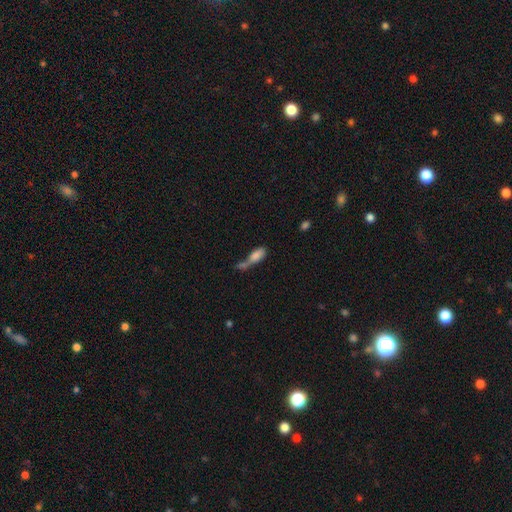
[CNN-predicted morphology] A smooth galaxy with no disk features (79%) that is in between round and cigar-shaped (78%). Merging: merger (53%).